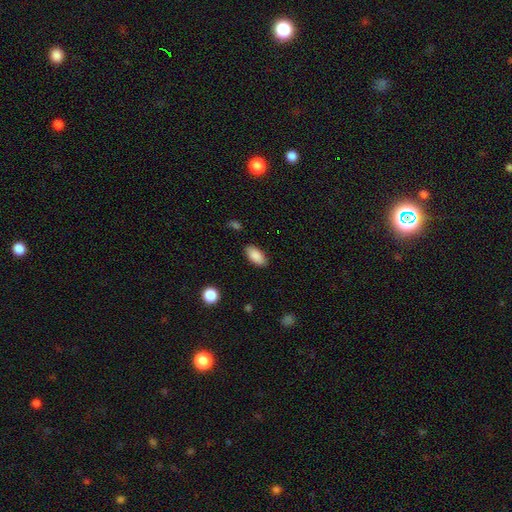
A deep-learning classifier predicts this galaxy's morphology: This is clearly a smooth galaxy (88%). How rounded: clearly in between (93%). Merging: clearly none (86%).